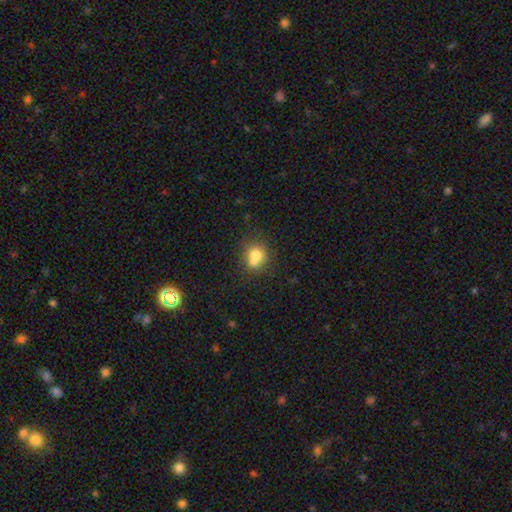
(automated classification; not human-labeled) Smooth or featured?
  - smooth: 70% *
  - featured or disk: 18%
  - star or artifact: 12%
How rounded?
  - round: 78% *
  - in between: 21%
  - cigar-shaped: 1%
Merging?
  - merger: 50% *
  - none: 37%
  - minor disturbance: 9%
  - major disturbance: 4%